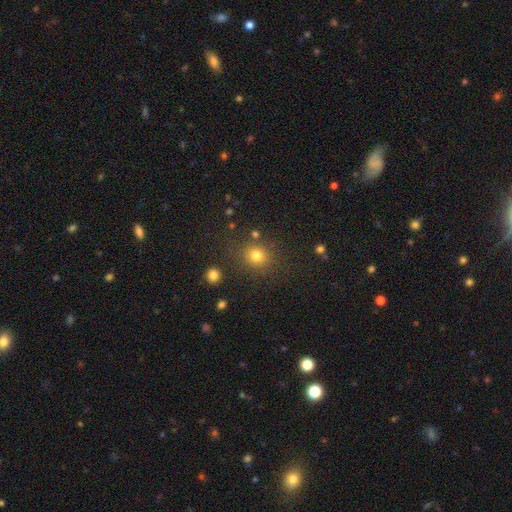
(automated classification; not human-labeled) Smooth or featured? Predicted: smooth (p=0.78). How rounded? Predicted: round (p=0.79). Merging? Predicted: none (p=0.79).